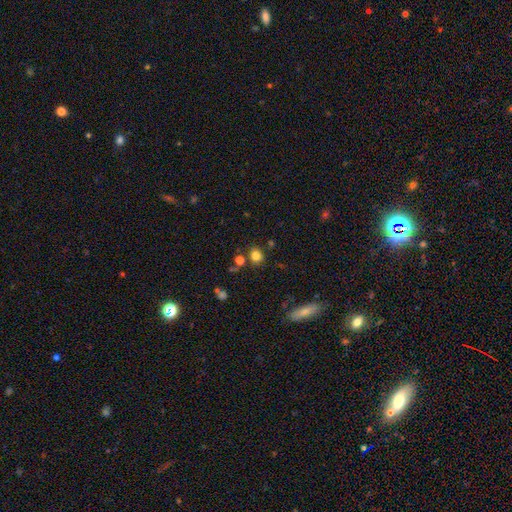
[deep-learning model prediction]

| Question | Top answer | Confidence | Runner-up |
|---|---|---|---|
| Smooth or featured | smooth | 81% | star or artifact (13%) |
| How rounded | round | 73% | in between (26%) |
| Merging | none | 80% | minor disturbance (10%) |